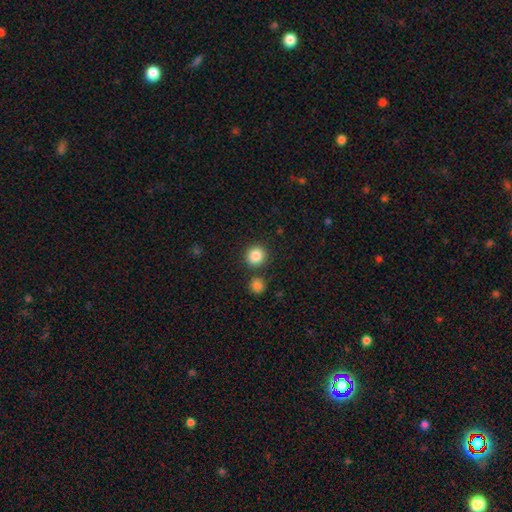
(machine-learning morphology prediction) Smooth or featured? Predicted: smooth (p=0.86). How rounded? Predicted: round (p=0.91). Merging? Predicted: none (p=0.84).